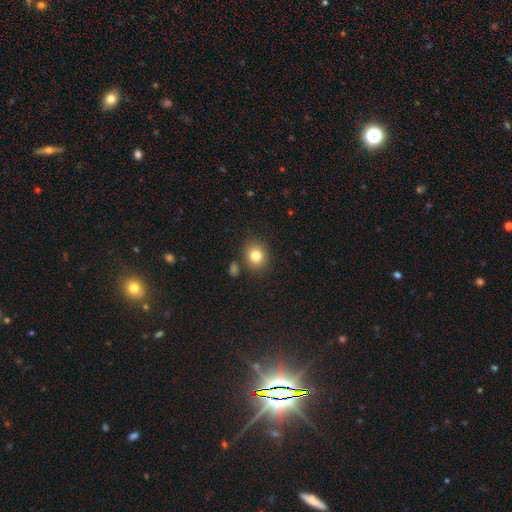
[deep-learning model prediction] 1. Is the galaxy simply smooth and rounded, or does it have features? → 81% smooth, 11% star or artifact, 8% featured or disk.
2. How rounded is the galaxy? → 68% round, 32% in between, 1% cigar-shaped.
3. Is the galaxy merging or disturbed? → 81% none, 10% minor disturbance, 6% merger, 3% major disturbance.